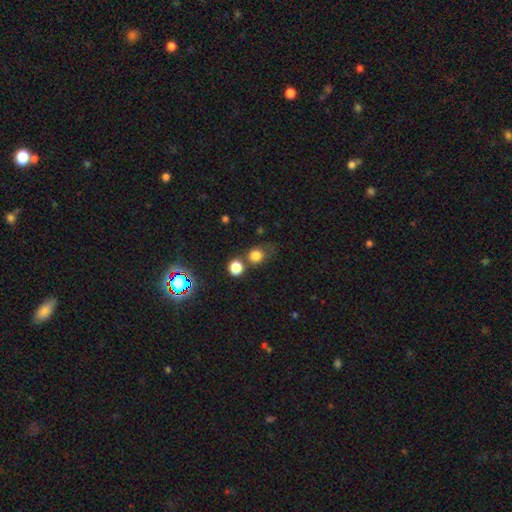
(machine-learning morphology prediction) Smooth or featured?
  - smooth: 79% *
  - star or artifact: 15%
  - featured or disk: 6%
How rounded?
  - round: 82% *
  - in between: 17%
  - cigar-shaped: 1%
Merging?
  - none: 57% *
  - merger: 23%
  - minor disturbance: 14%
  - major disturbance: 7%